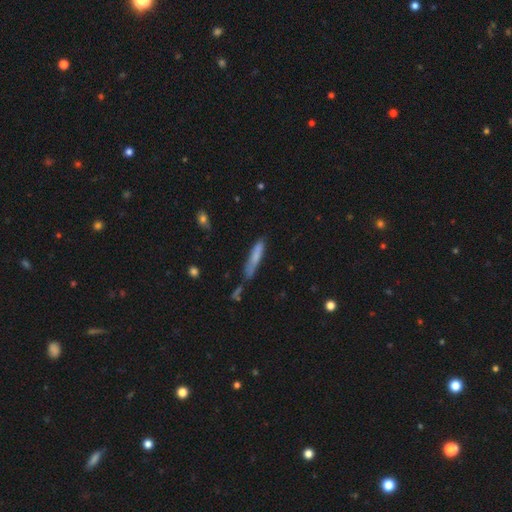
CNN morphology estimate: smooth_or_featured: smooth (p=0.69) [alt: featured or disk p=0.23]
how_rounded: cigar-shaped (p=0.90) [alt: in between p=0.09]
merging: none (p=0.57) [alt: minor disturbance p=0.25]